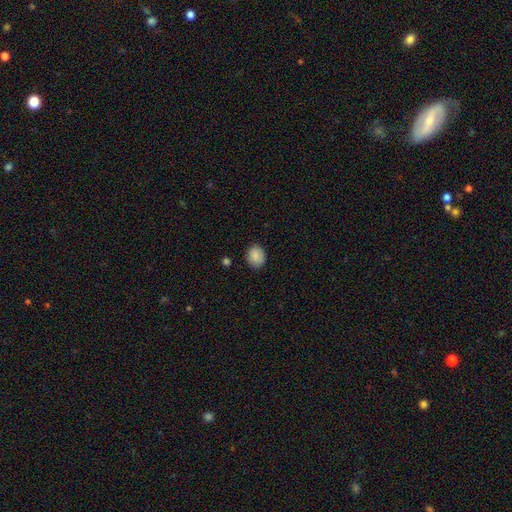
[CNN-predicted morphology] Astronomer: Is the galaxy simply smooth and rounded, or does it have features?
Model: smooth — 88%.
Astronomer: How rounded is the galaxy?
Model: round — 64%.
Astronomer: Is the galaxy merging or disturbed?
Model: none — 85%.